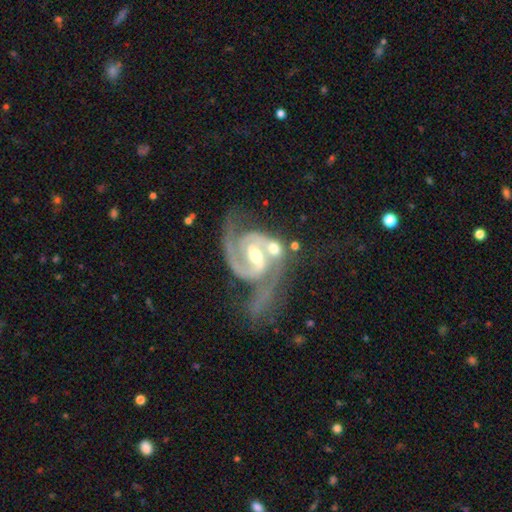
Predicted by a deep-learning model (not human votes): featured or disk 92%, star or artifact 4%, smooth 3%. Down the decision tree: edge-on disk — no (98%); bar — weak (45%); spiral arms — yes (98%); spiral arm count — 2 (87%); spiral winding — medium (53%); bulge size — moderate (61%); merging — none (39%).